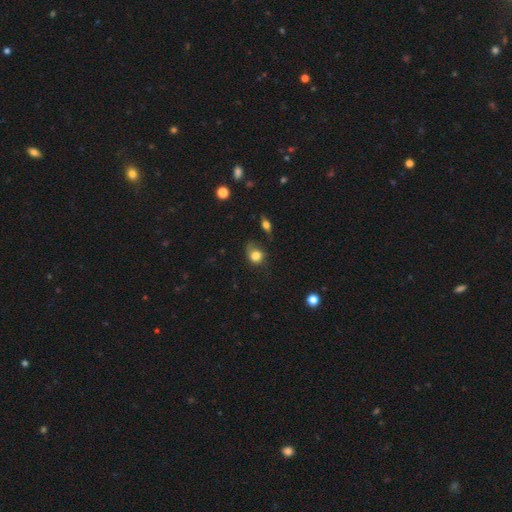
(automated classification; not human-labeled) Overall: smooth (77%). How rounded: round (57%; in between 42%). Merging: none (41%; minor disturbance 32%).